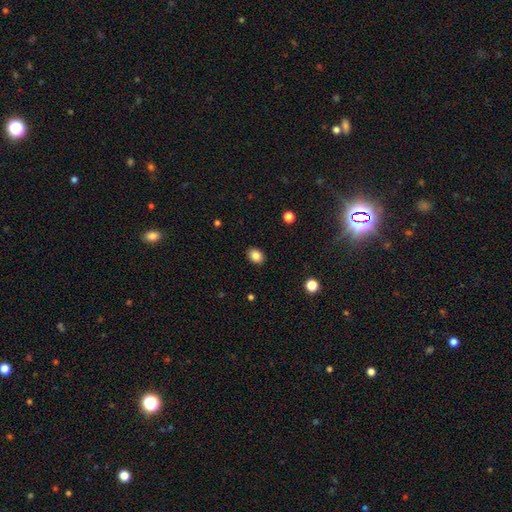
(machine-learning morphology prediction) Smooth or featured?
  - smooth: 85% *
  - star or artifact: 10%
  - featured or disk: 5%
How rounded?
  - in between: 69% *
  - round: 30%
  - cigar-shaped: 1%
Merging?
  - none: 89% *
  - minor disturbance: 8%
  - major disturbance: 2%
  - merger: 1%